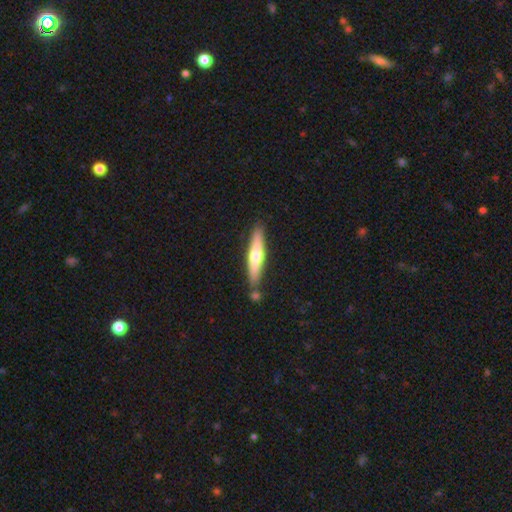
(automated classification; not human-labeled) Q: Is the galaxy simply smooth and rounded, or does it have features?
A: featured or disk — 48%.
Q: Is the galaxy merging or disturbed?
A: none — 79%.